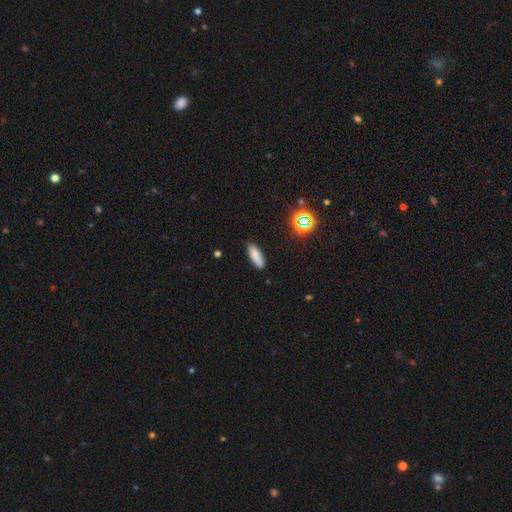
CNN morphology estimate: Smooth or featured? Predicted: smooth (p=0.81). How rounded? Predicted: in between (p=0.58). Merging? Predicted: none (p=0.84).